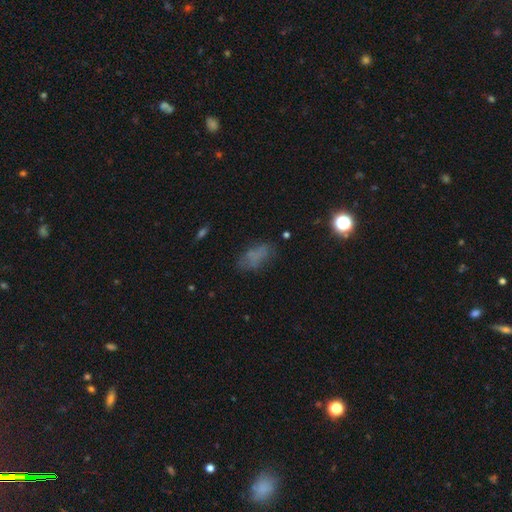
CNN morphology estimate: Smooth or featured? Predicted: smooth (p=0.61). How rounded? Predicted: in between (p=0.85). Merging? Predicted: none (p=0.59).